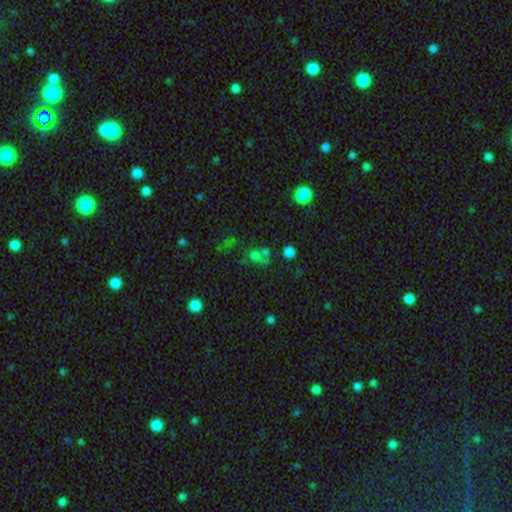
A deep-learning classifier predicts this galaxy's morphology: This is possibly a smooth galaxy (56%). How rounded: likely round (72%). Merging: marginally none (42%).